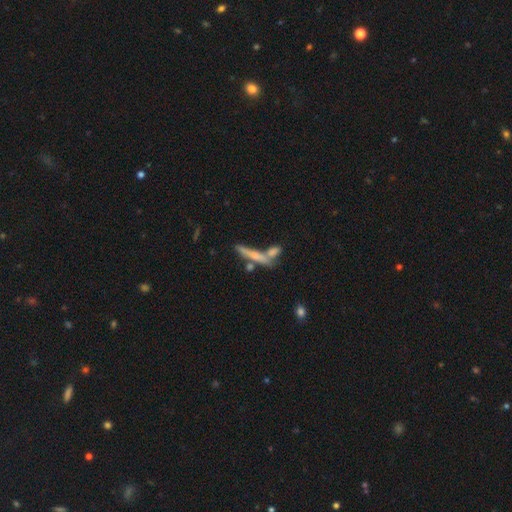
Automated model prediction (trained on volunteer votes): Smooth or featured?
  - smooth: 54% *
  - featured or disk: 36%
  - star or artifact: 10%
How rounded?
  - cigar-shaped: 87% *
  - in between: 10%
  - round: 3%
Merging?
  - none: 54% *
  - merger: 27%
  - minor disturbance: 13%
  - major disturbance: 6%